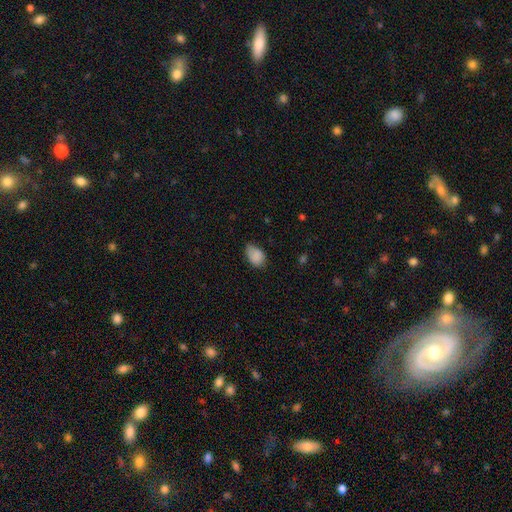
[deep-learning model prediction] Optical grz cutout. It shows a smooth galaxy with no disk features (85%) that is in between round and cigar-shaped (83%). Merging: none (58%).